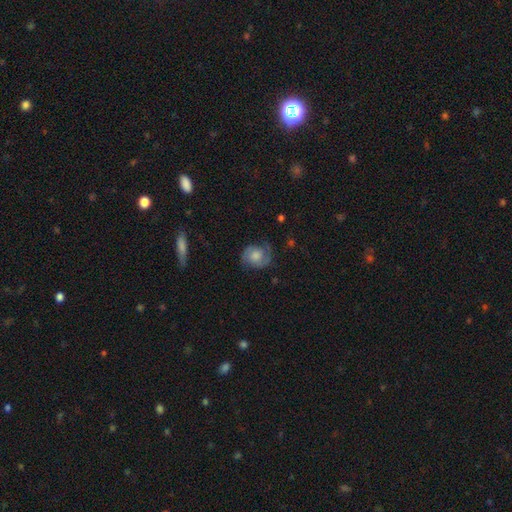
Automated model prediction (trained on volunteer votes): featured or disk 62%, smooth 30%, star or artifact 8%. Down the decision tree: edge-on disk — no (97%); bar — no (71%); spiral arms — yes (92%); spiral arm count — 2 (83%); spiral winding — medium (45%); bulge size — moderate (38%); merging — none (70%).